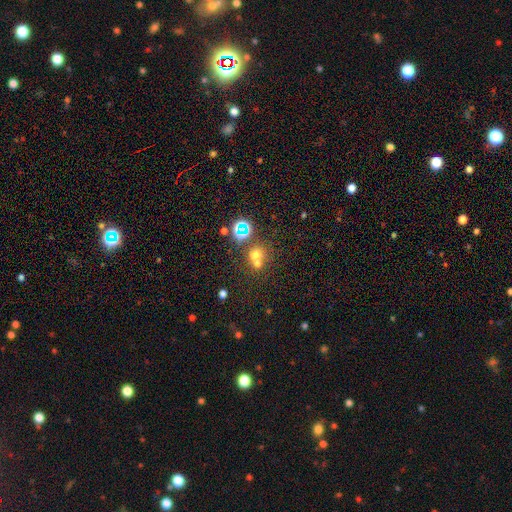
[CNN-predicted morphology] Smooth or featured: smooth — 60% (star or artifact — 26%)
How rounded: round — 82% (in between — 17%)
Merging: none — 45% (tied with merger — 45%)